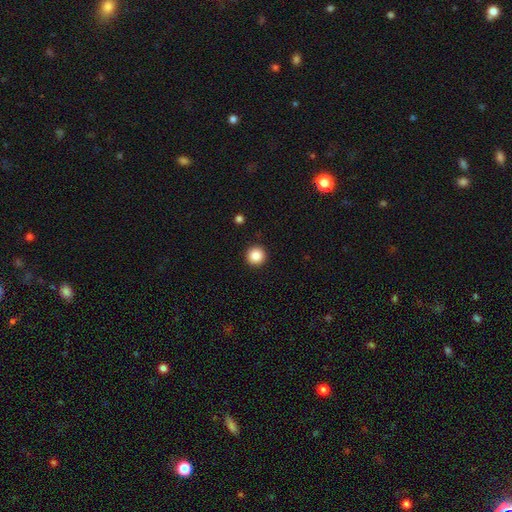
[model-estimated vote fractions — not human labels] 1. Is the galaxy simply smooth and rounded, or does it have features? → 87% smooth, 9% star or artifact, 4% featured or disk.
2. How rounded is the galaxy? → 96% round, 3% in between, 1% cigar-shaped.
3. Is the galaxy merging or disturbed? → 93% none, 4% minor disturbance, 2% major disturbance, 1% merger.